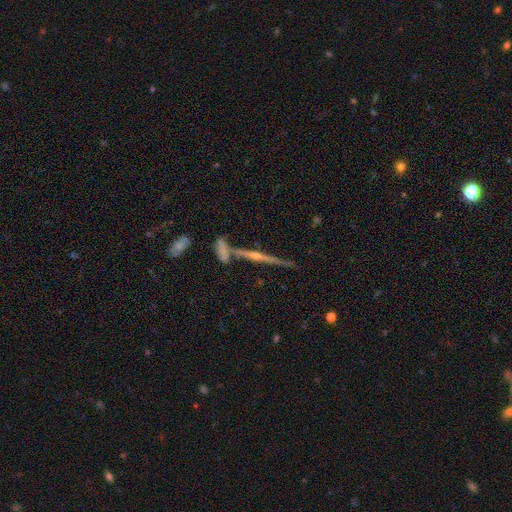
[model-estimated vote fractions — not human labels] Morphology: type=featured or disk (69%); edge-on=yes (92%); edge-on bulge=rounded (75%); merging=none (63%).